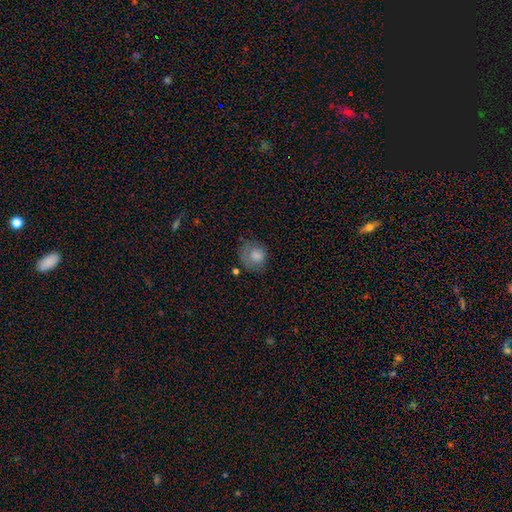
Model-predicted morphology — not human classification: This is likely a smooth galaxy (78%). How rounded: likely round (76%). Merging: possibly none (57%).